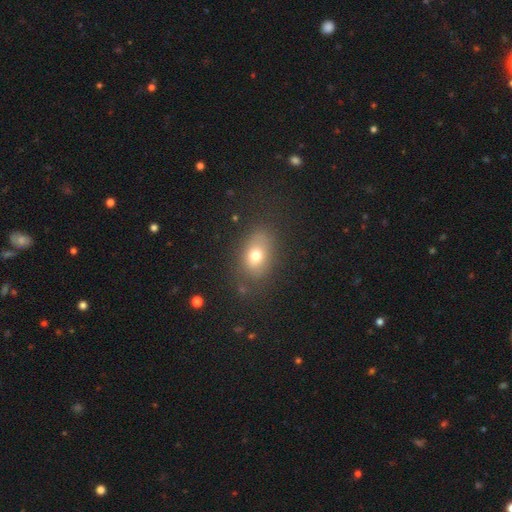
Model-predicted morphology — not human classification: smooth_or_featured: smooth (p=0.73) [alt: featured or disk p=0.15]
how_rounded: in between (p=0.74) [alt: round p=0.24]
merging: none (p=0.75) [alt: minor disturbance p=0.16]